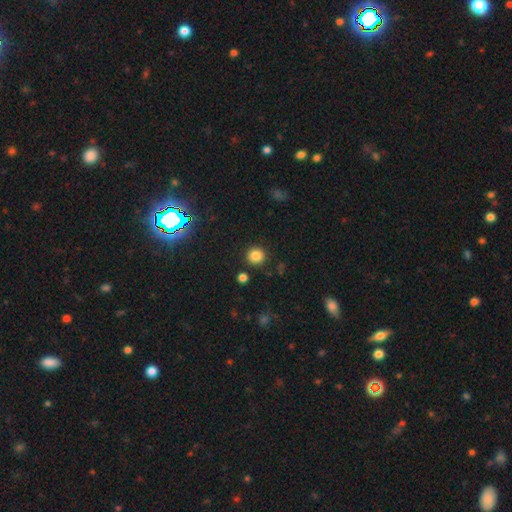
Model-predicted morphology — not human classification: Smooth or featured?
  - smooth: 83% *
  - star or artifact: 13%
  - featured or disk: 4%
How rounded?
  - round: 93% *
  - in between: 6%
  - cigar-shaped: 1%
Merging?
  - none: 89% *
  - minor disturbance: 6%
  - merger: 3%
  - major disturbance: 2%